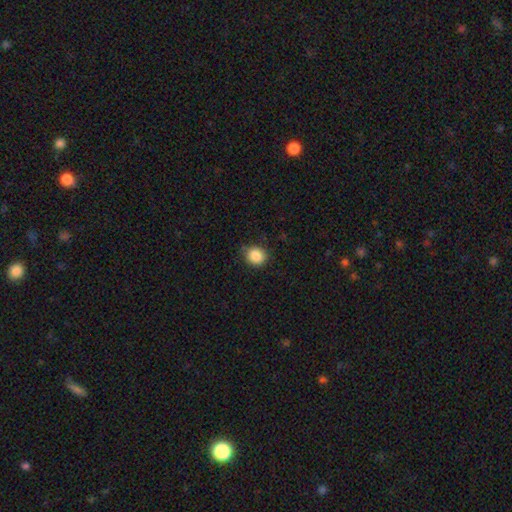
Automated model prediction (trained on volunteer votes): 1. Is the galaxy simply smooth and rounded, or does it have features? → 87% smooth, 9% star or artifact, 4% featured or disk.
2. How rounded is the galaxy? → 82% round, 18% in between, 1% cigar-shaped.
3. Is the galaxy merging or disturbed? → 80% none, 15% minor disturbance, 3% major disturbance, 1% merger.